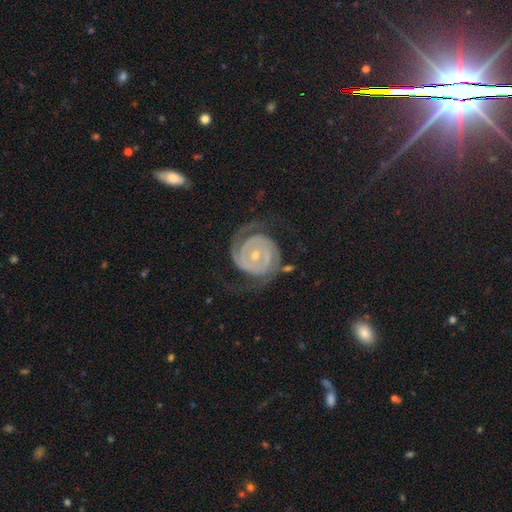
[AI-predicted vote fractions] A featured or disk galaxy (91%) with no bar (57%), 2 (83%) tight (73%) spiral arms (98%) and a small central bulge (67%).

Vote fractions:
- Smooth or featured? featured or disk: 91% / smooth: 4% / star or artifact: 4%
- Edge-on disk? no: 98% / yes: 2%
- Bar? no: 57% / weak: 29% / strong: 14%
- Spiral arms? yes: 98% / no: 2%
- Spiral winding? tight: 73% / medium: 22% / loose: 5%
- Spiral arm count? 2: 83% / can't tell: 5% / 3: 5% / 1: 3% / 4: 2% / more than 4: 2%
- Bulge size? small: 67% / moderate: 29% / large: 1% / none: 1% / dominant: 1%
- Merging? none: 72% / minor disturbance: 15% / major disturbance: 11% / merger: 2%